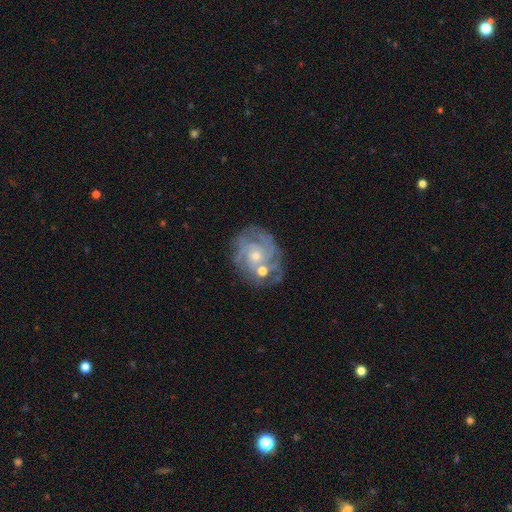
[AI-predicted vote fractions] Smooth or featured? Predicted: featured or disk (p=0.78). Edge-on disk? Predicted: no (p=0.97). Bar? Predicted: no (p=0.76). Spiral arms? Predicted: yes (p=0.89). Spiral winding? Predicted: tight (p=0.62). Spiral arm count? Predicted: can't tell (p=0.35). Bulge size? Predicted: small (p=0.53). Merging? Predicted: none (p=0.64).